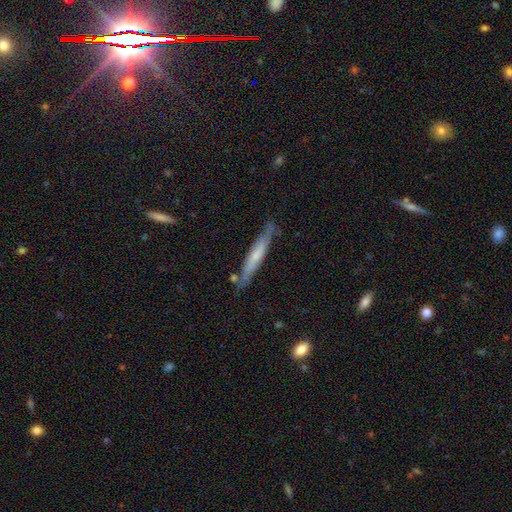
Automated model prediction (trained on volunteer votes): smooth-or-featured: featured or disk: 50% | smooth: 45% | star or artifact: 6%
  merging: none: 76% | minor disturbance: 18% | merger: 3% | major disturbance: 3%